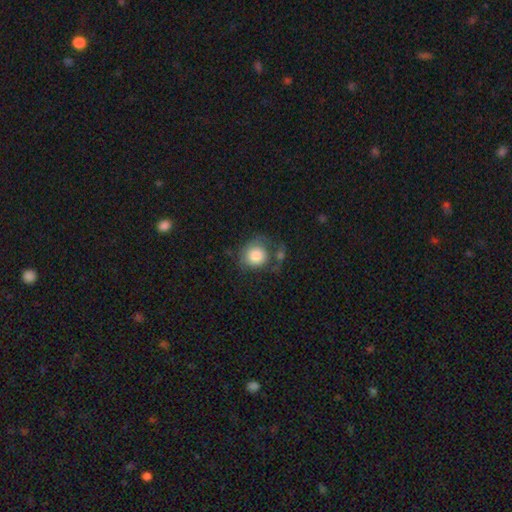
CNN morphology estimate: The model was most divided on "merging": none: 45%, minor disturbance: 24%, major disturbance: 20%, merger: 12%. More confident: smooth or featured — smooth (81%); how rounded — round (80%).